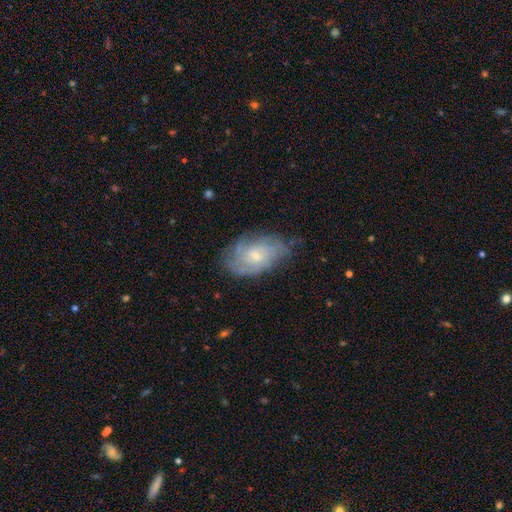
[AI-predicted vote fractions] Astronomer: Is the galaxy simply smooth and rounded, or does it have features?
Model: featured or disk — 69%.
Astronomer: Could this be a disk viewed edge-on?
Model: no — 96%.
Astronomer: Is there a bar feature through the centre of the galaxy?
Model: no — 70%.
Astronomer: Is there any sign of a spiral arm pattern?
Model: yes — 88%.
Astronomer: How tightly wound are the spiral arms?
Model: tight — 54% (runner-up: medium, 34%).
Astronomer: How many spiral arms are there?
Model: can't tell — 48%.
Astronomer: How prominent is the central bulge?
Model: small — 65%.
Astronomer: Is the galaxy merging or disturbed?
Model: none — 66%.